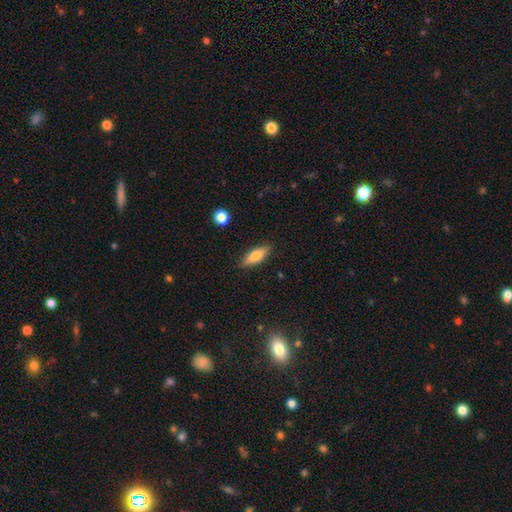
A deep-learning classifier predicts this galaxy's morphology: smooth_or_featured: smooth (p=0.70) [alt: featured or disk p=0.23]
how_rounded: in between (p=0.55) [alt: cigar-shaped p=0.43]
merging: none (p=0.86) [alt: minor disturbance p=0.10]